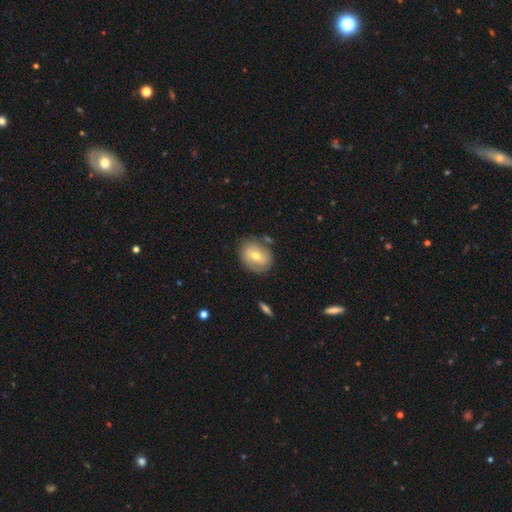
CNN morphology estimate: This is possibly a smooth galaxy (56%). How rounded: possibly in between (54%). Merging: likely none (77%).